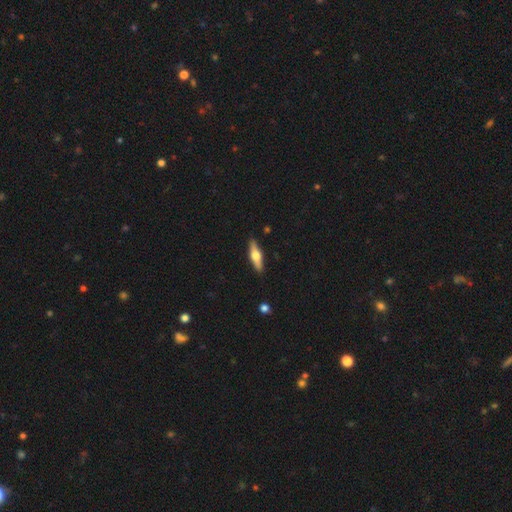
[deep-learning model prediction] This is likely a featured or disk galaxy (60%). It is clearly viewed edge-on (95%). Edge-on bulge: clearly rounded (95%). Merging: clearly none (90%).